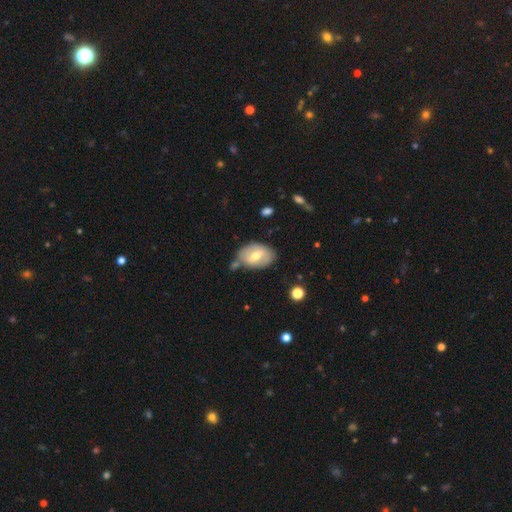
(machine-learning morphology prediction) Overall: smooth (50%; featured or disk 43%). Merging: none (66%).